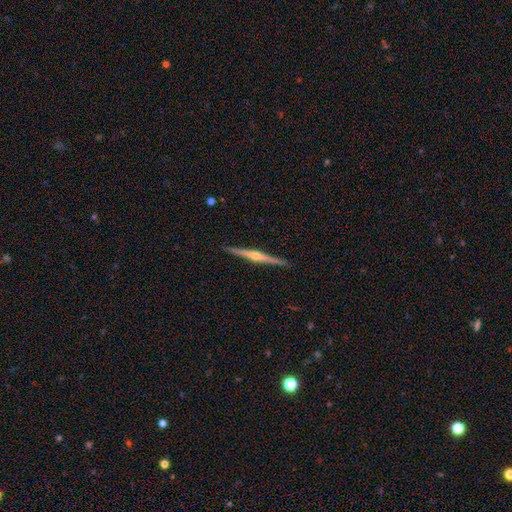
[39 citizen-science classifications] Smooth or featured? 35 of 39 (90%) said featured or disk. Edge-on disk? 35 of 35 (100%) said yes. Edge-on bulge? 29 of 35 (83%) said rounded. Merging? 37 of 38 (97%) said none.